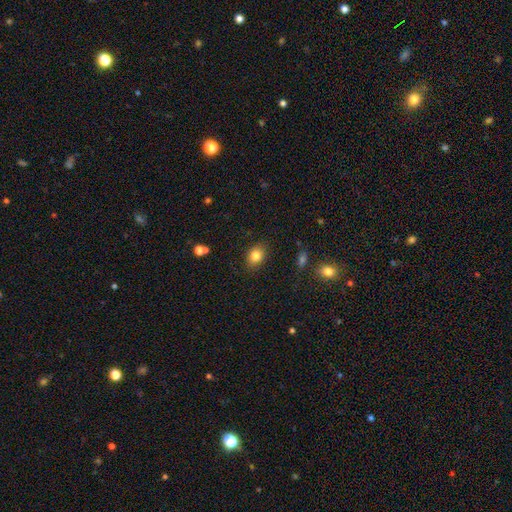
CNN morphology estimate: smooth-or-featured: smooth: 82% | star or artifact: 10% | featured or disk: 8%
  how-rounded: in between: 64% | round: 35% | cigar-shaped: 1%
  merging: none: 85% | minor disturbance: 11% | major disturbance: 3% | merger: 1%